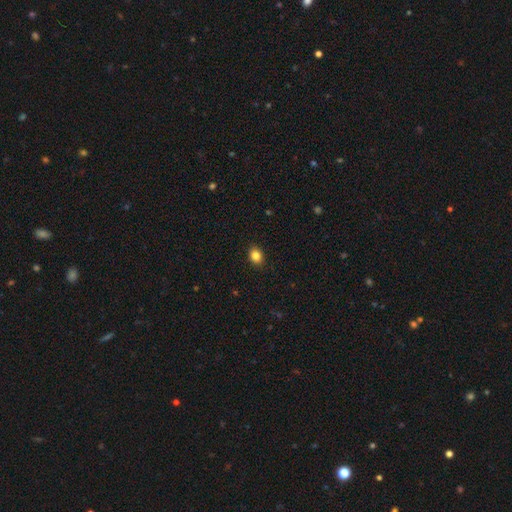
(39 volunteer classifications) A smooth galaxy with no disk features (92%) that is in between round and cigar-shaped (56%). Merging: none (92%).